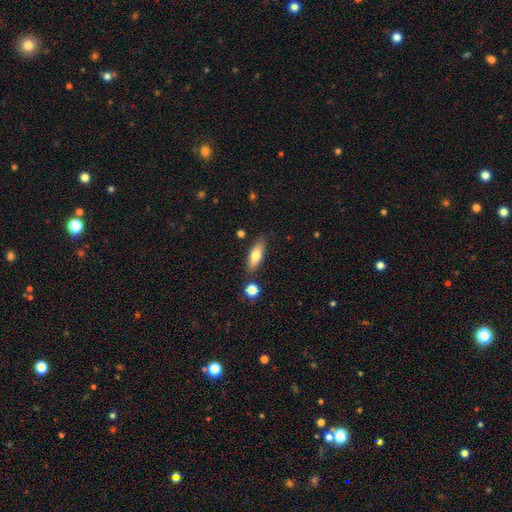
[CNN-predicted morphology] The model was most divided on "how rounded": in between: 61%, cigar-shaped: 36%, round: 3%. More confident: merging — none (84%); smooth or featured — smooth (70%).